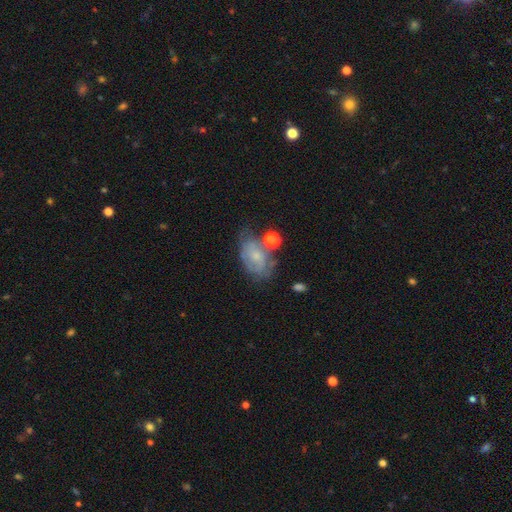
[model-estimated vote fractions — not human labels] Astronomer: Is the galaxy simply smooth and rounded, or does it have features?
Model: featured or disk — 52% (runner-up: smooth, 37%).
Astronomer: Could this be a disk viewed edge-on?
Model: no — 96%.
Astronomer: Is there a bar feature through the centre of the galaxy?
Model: no — 75%.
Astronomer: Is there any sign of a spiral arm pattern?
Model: yes — 68%.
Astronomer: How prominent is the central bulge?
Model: small — 63%.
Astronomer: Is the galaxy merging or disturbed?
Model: none — 45% (runner-up: minor disturbance, 28%).